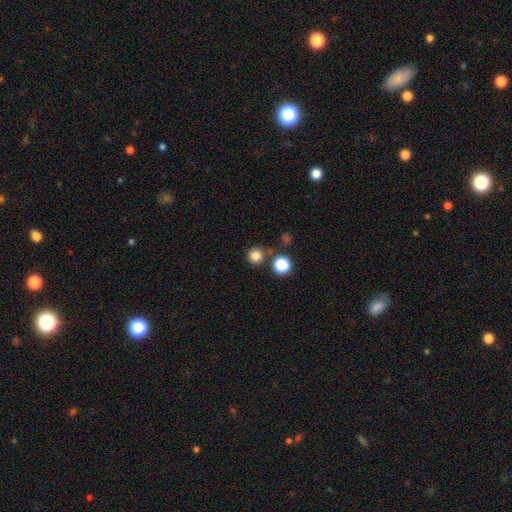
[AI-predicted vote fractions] smooth 82%, star or artifact 13%, featured or disk 5%. Down the decision tree: how rounded — round (95%); merging — none (81%).